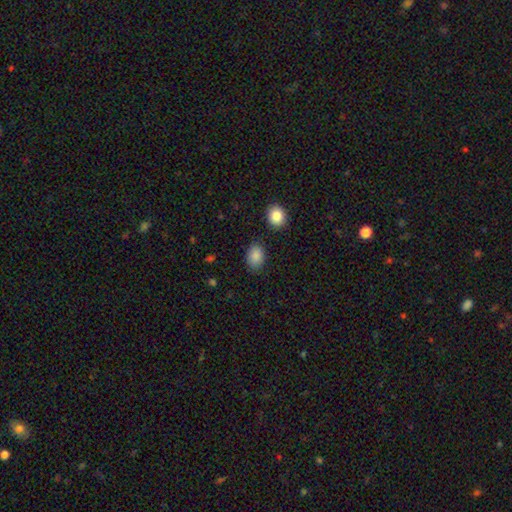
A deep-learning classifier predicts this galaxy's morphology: The model was most divided on "how rounded": in between: 76%, round: 23%, cigar-shaped: 1%. More confident: smooth or featured — smooth (88%); merging — none (83%).